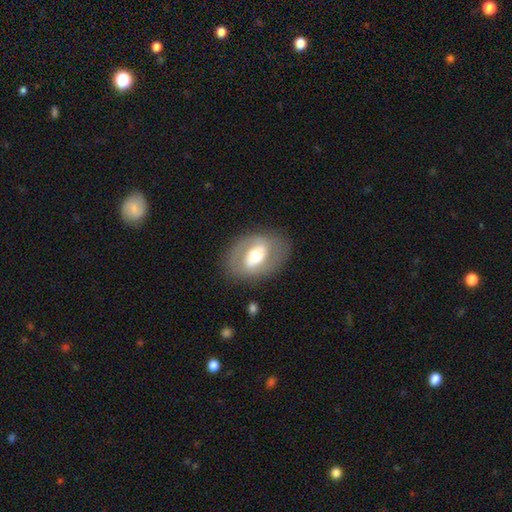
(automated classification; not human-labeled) Overall: featured or disk (60%; smooth 34%). Edge-on disk: no (93%). Bar: strong (36%; weak 35%). Spiral arms: no (54%; yes 46%). Bulge size: moderate (61%; large 24%). Merging: none (80%).